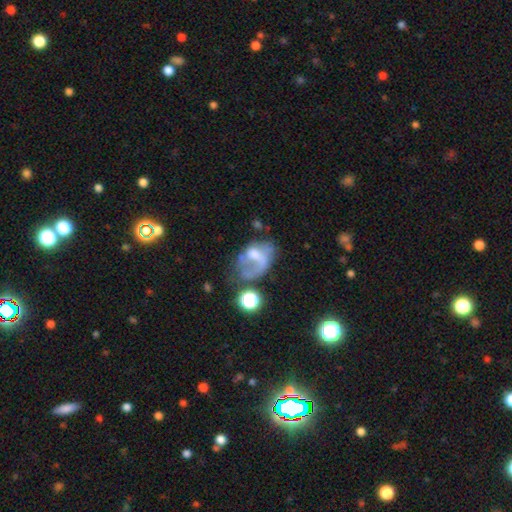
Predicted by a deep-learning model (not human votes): Smooth or featured?
  - featured or disk: 51% *
  - smooth: 36%
  - star or artifact: 13%
Edge-on disk?
  - no: 97% *
  - yes: 3%
Merging?
  - major disturbance: 42% *
  - none: 26%
  - minor disturbance: 20%
  - merger: 12%